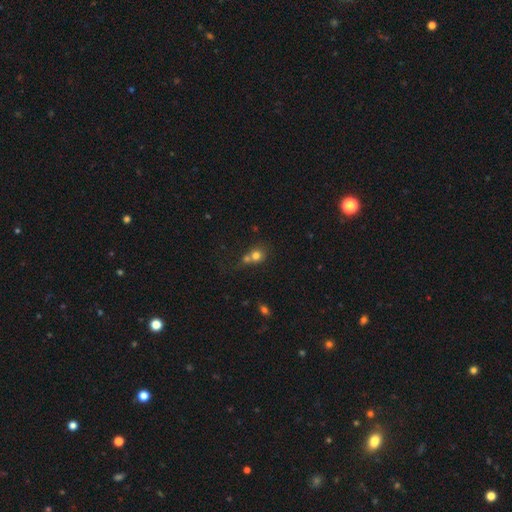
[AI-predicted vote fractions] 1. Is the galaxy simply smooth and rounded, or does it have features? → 74% smooth, 13% featured or disk, 13% star or artifact.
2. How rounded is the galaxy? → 78% round, 21% in between, 1% cigar-shaped.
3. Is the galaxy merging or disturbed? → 51% merger, 35% none, 9% minor disturbance, 5% major disturbance.